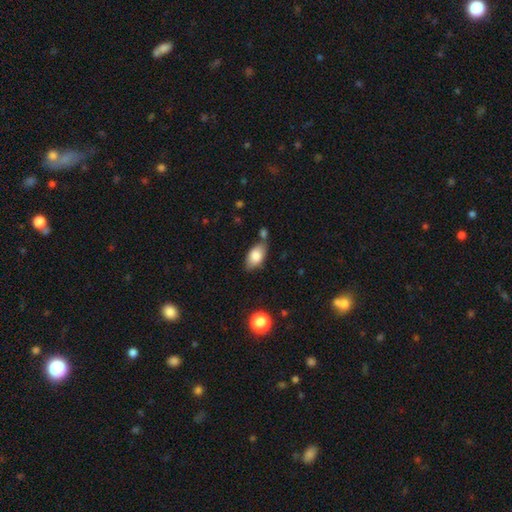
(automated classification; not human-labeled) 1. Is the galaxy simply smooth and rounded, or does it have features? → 81% smooth, 12% featured or disk, 7% star or artifact.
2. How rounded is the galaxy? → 92% in between, 5% round, 3% cigar-shaped.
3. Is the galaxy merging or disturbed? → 66% none, 19% minor disturbance, 11% merger, 4% major disturbance.